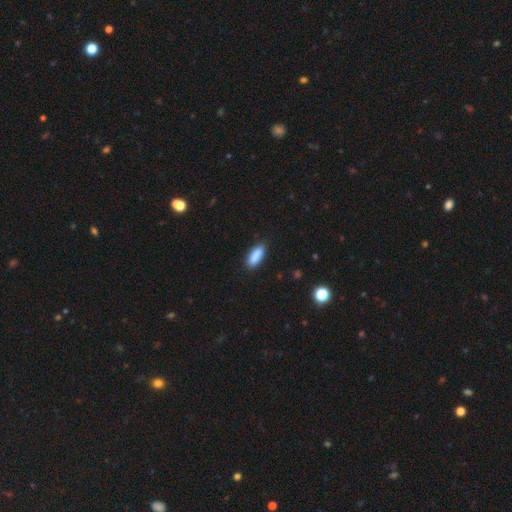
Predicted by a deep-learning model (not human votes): This appears to be a smooth galaxy with no disk features (88%) that is in between round and cigar-shaped (71%). Merging: none (85%).